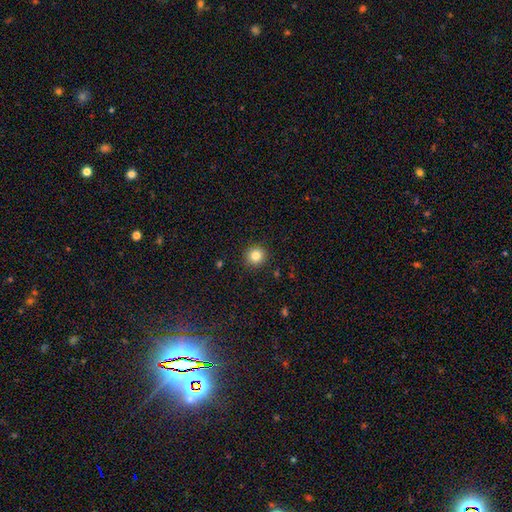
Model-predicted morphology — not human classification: This is clearly a smooth galaxy (84%). How rounded: clearly round (94%). Merging: clearly none (92%).